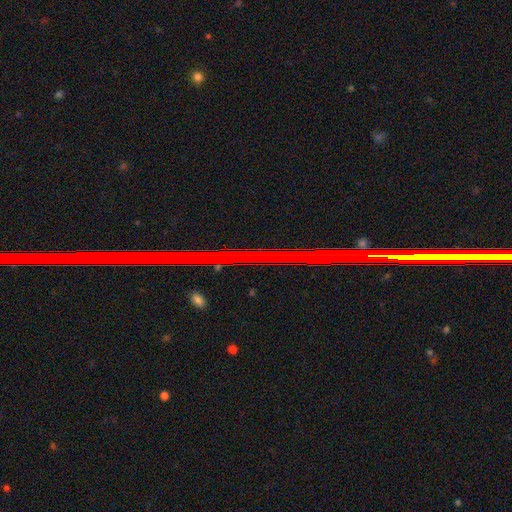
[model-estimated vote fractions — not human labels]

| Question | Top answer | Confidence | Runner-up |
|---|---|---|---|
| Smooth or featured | star or artifact | 85% | featured or disk (9%) |